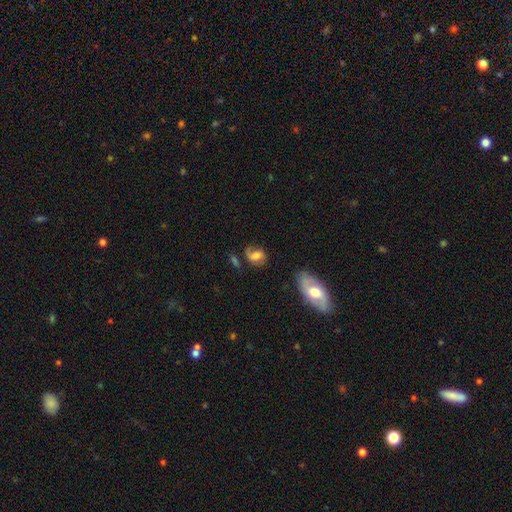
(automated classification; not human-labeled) A smooth galaxy with no disk features (50%).

Vote fractions:
- Smooth or featured? smooth: 50% / featured or disk: 40% / star or artifact: 10%
- Merging? none: 50% / minor disturbance: 26% / major disturbance: 17% / merger: 6%